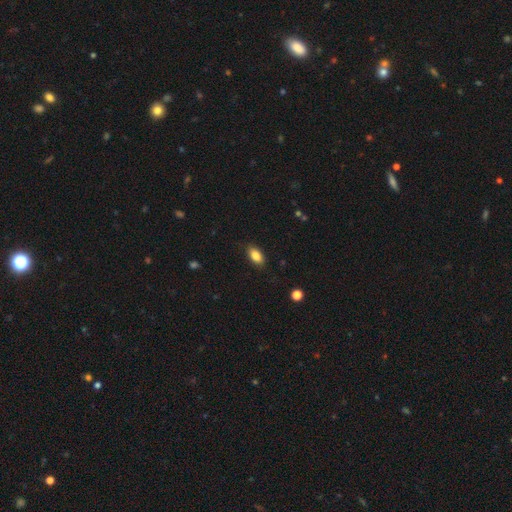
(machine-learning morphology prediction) Overall: smooth (85%). How rounded: in between (91%). Merging: none (86%).